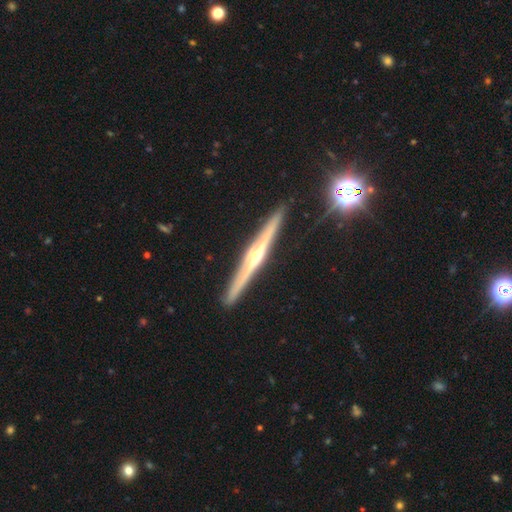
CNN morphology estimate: Smooth or featured: featured or disk — 83% (smooth — 11%)
Edge-on disk: yes — 98% (no — 2%)
Edge-on bulge: rounded — 88% (none — 8%)
Merging: none — 92% (minor disturbance — 6%)